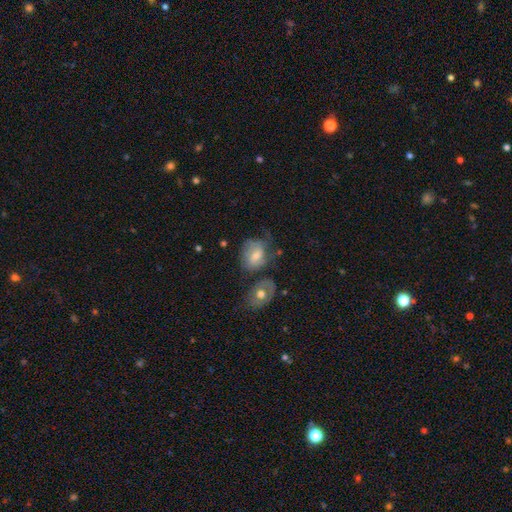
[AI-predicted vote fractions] Smooth or featured: smooth — 51% (featured or disk — 40%)
How rounded: in between — 61% (round — 37%)
Merging: none — 39% (minor disturbance — 26%)